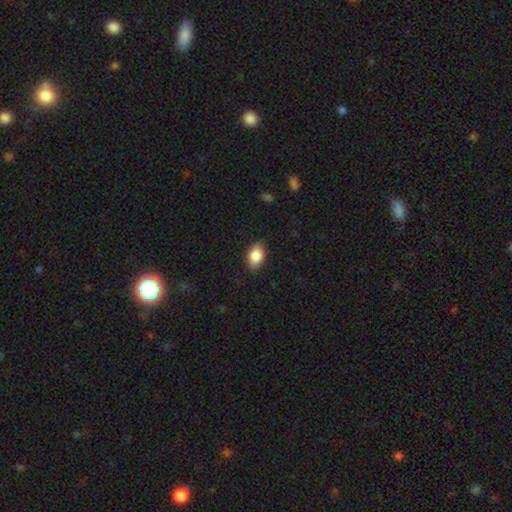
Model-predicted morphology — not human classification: type=smooth (86%); roundness=in between (84%); merging=none (83%).